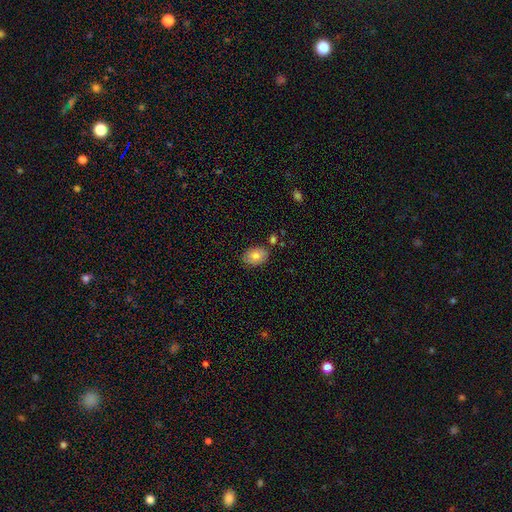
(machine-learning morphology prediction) Smooth or featured? smooth (81%)
How rounded? in between (81%)
Merging? none (79%)